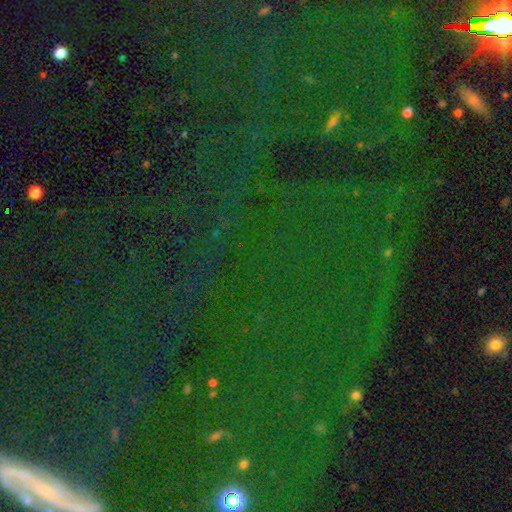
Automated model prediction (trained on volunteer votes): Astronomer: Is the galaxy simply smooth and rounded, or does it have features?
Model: star or artifact — 82%.